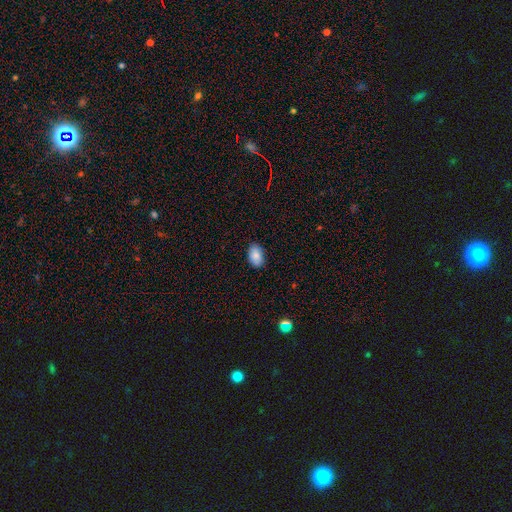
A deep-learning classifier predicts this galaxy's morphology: This is clearly a smooth galaxy (86%). How rounded: clearly in between (92%). Merging: clearly none (87%).